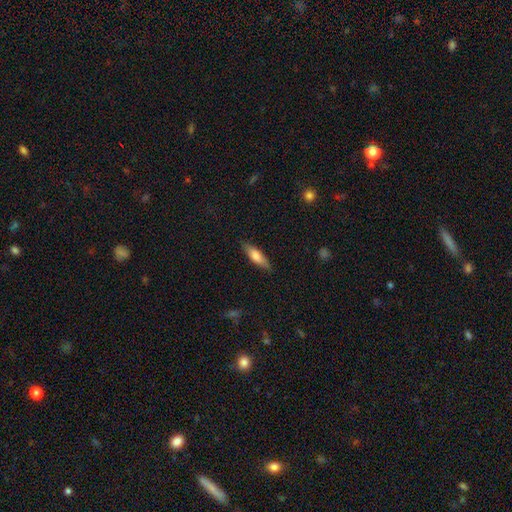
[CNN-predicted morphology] This appears to be a smooth galaxy with no disk features (71%) that is cigar-shaped (52%). Merging: none (85%).